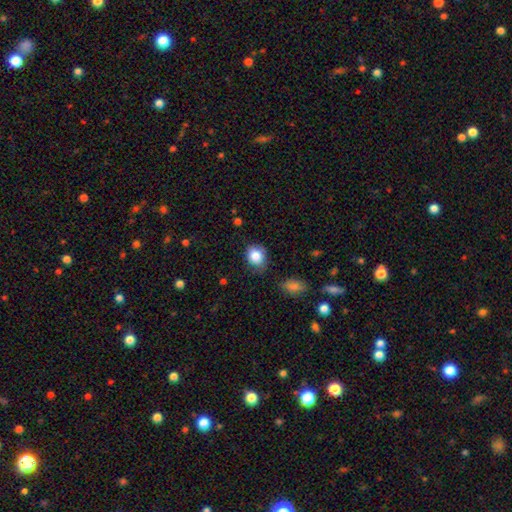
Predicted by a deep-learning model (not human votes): smooth 83%, star or artifact 9%, featured or disk 8%. Down the decision tree: how rounded — round (54%); merging — none (68%).